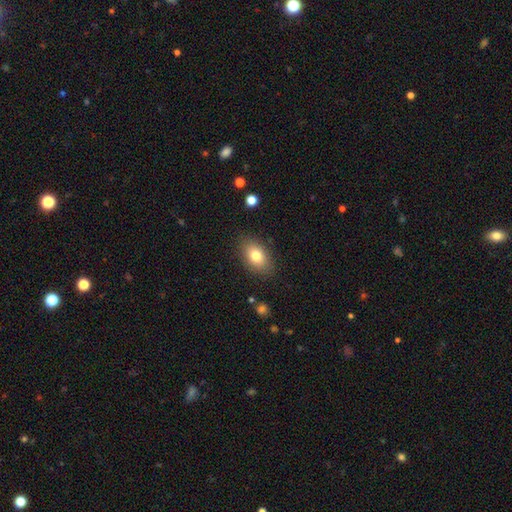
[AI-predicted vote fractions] Smooth or featured: smooth — 78% (featured or disk — 14%)
How rounded: in between — 86% (round — 12%)
Merging: none — 85% (minor disturbance — 11%)